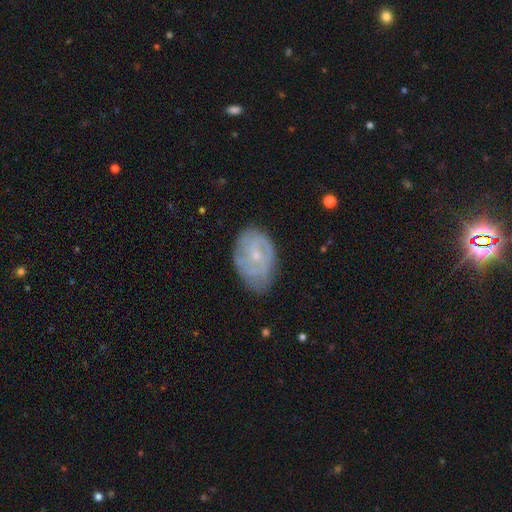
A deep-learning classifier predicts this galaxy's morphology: smooth-or-featured: featured or disk: 65% | smooth: 28% | star or artifact: 8%
  disk-edge-on: no: 96% | yes: 4%
    bar: no: 63% | weak: 32% | strong: 5%
    has-spiral-arms: yes: 77% | no: 23%
    bulge-size: small: 72% | moderate: 21% | none: 5% | large: 1% | dominant: 1%
  merging: none: 66% | minor disturbance: 25% | major disturbance: 8% | merger: 2%